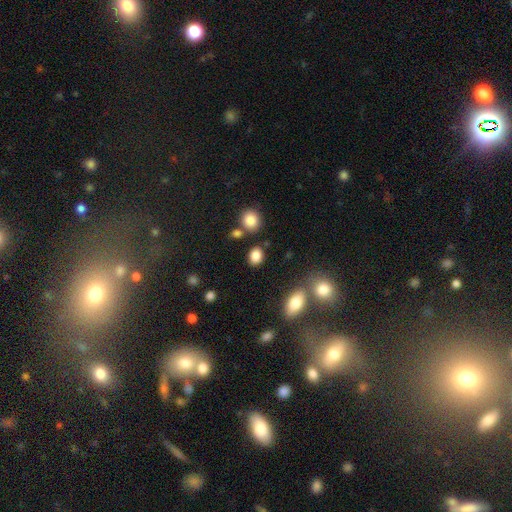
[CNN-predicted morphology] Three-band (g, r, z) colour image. It shows a smooth galaxy with no disk features (85%) that is in between round and cigar-shaped (63%). Merging: none (80%).